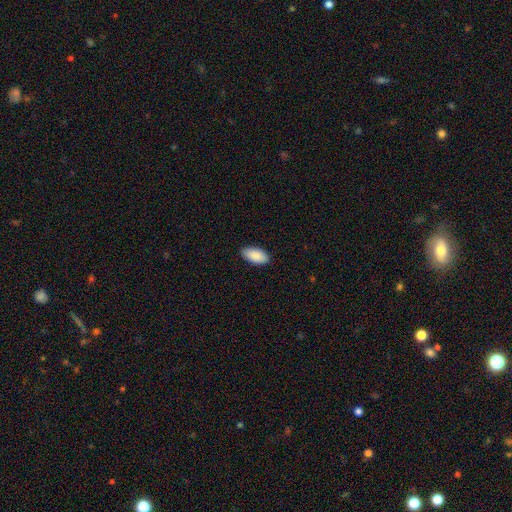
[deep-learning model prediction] Smooth or featured: smooth — 90% (star or artifact — 6%)
How rounded: in between — 93% (cigar-shaped — 5%)
Merging: none — 87% (minor disturbance — 10%)